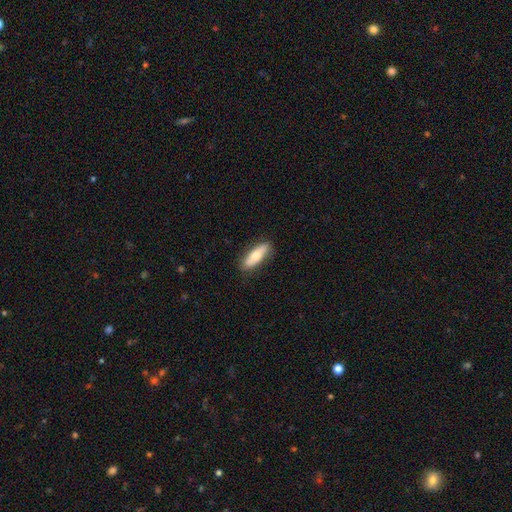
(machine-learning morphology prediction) A smooth galaxy with no disk features (66%) that is in between round and cigar-shaped (54%).

Vote fractions:
- Smooth or featured? smooth: 66% / featured or disk: 29% / star or artifact: 5%
- How rounded? in between: 54% / cigar-shaped: 44% / round: 2%
- Merging? none: 86% / minor disturbance: 11% / major disturbance: 2% / merger: 1%